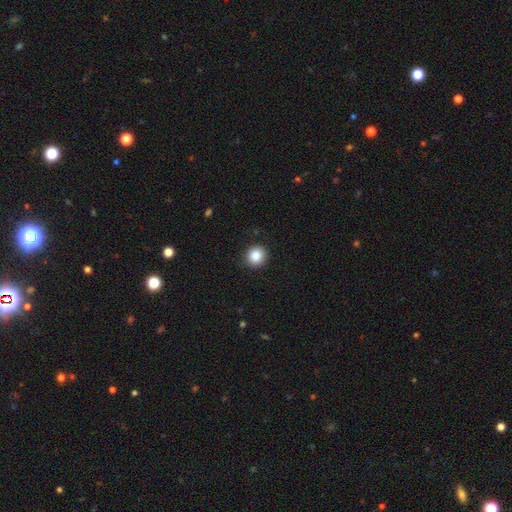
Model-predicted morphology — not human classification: smooth 87%, star or artifact 9%, featured or disk 4%. Down the decision tree: how rounded — round (93%); merging — none (90%).